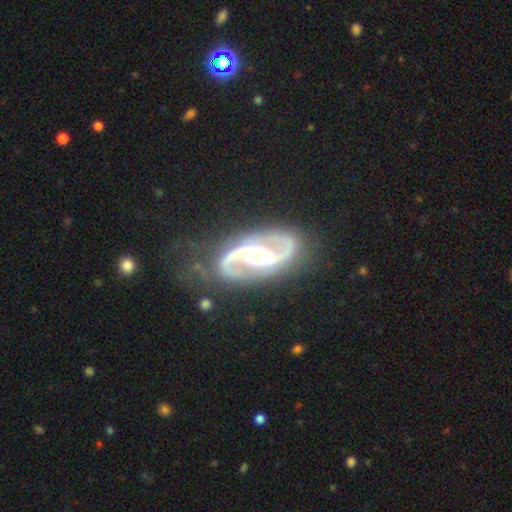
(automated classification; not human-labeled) smooth_or_featured: featured or disk (p=0.92) [alt: star or artifact p=0.04]
disk_edge_on: no (p=0.97) [alt: yes p=0.03]
bar: strong (p=0.56) [alt: weak p=0.29]
has_spiral_arms: yes (p=0.96) [alt: no p=0.04]
spiral_winding: medium (p=0.55) [alt: loose p=0.31]
spiral_arm_count: 2 (p=0.94) [alt: can't tell p=0.02]
bulge_size: moderate (p=0.62) [alt: large p=0.24]
merging: none (p=0.76) [alt: minor disturbance p=0.14]